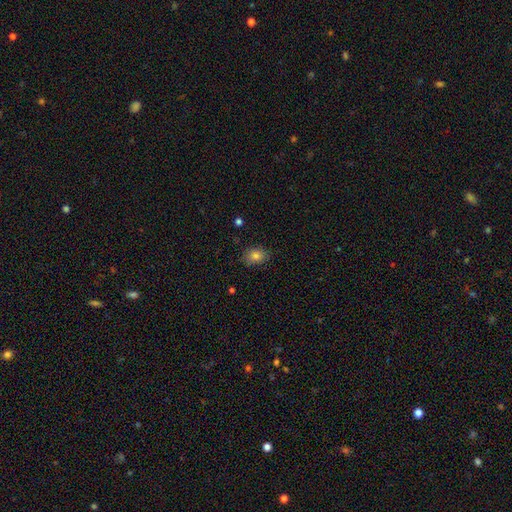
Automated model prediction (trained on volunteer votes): Smooth or featured? Predicted: smooth (p=0.81). How rounded? Predicted: in between (p=0.66). Merging? Predicted: none (p=0.82).